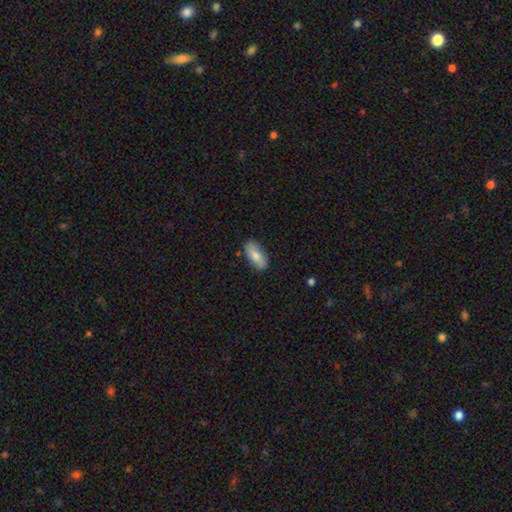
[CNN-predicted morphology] This is likely a smooth galaxy (78%). How rounded: clearly in between (88%). Merging: clearly none (83%).